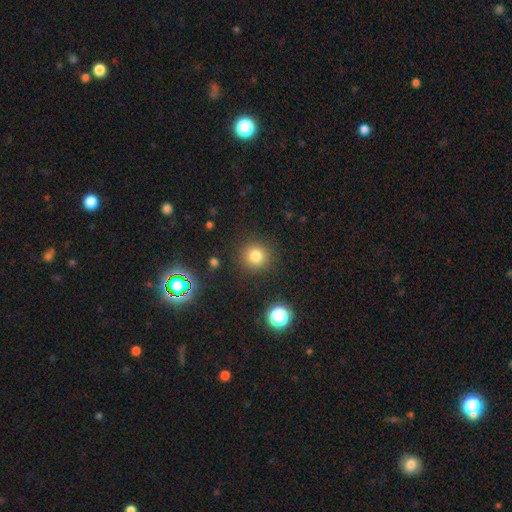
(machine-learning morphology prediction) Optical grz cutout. It shows a smooth galaxy with no disk features (78%) that is round (93%). Merging: none (89%).